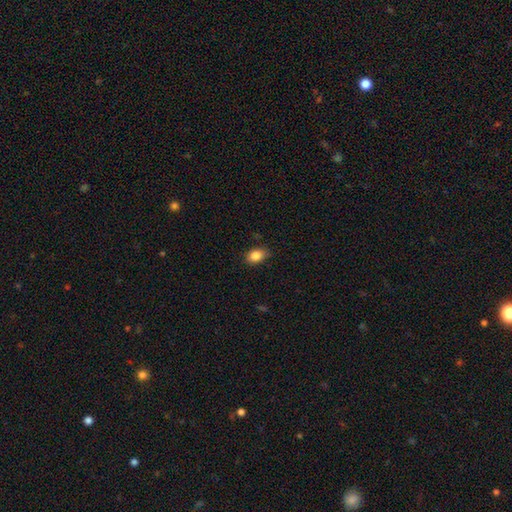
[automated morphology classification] This appears to be a smooth galaxy with no disk features (86%) that is in between round and cigar-shaped (82%). Merging: none (81%).